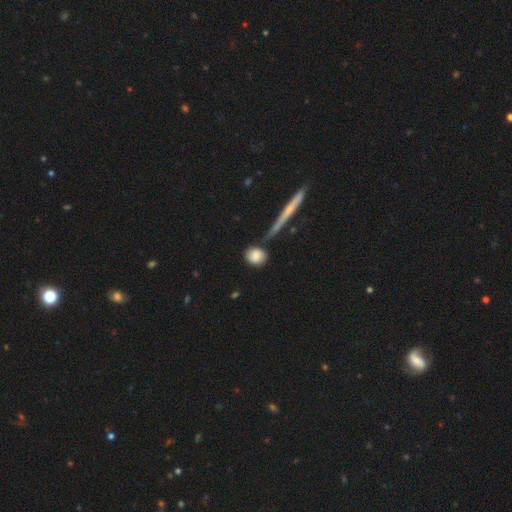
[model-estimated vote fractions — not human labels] Smooth or featured?
  - smooth: 80% *
  - featured or disk: 13%
  - star or artifact: 8%
How rounded?
  - round: 71% *
  - in between: 23%
  - cigar-shaped: 5%
Merging?
  - none: 76% *
  - minor disturbance: 13%
  - merger: 7%
  - major disturbance: 4%